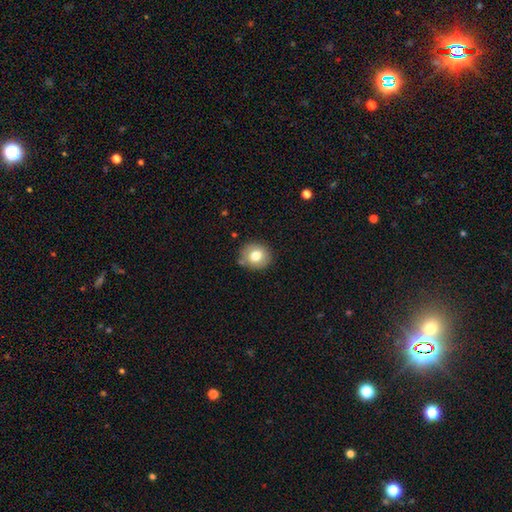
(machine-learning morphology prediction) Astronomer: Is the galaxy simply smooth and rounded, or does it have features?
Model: smooth — 76%.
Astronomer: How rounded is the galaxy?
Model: round — 79%.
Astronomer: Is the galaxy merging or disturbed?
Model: none — 82%.